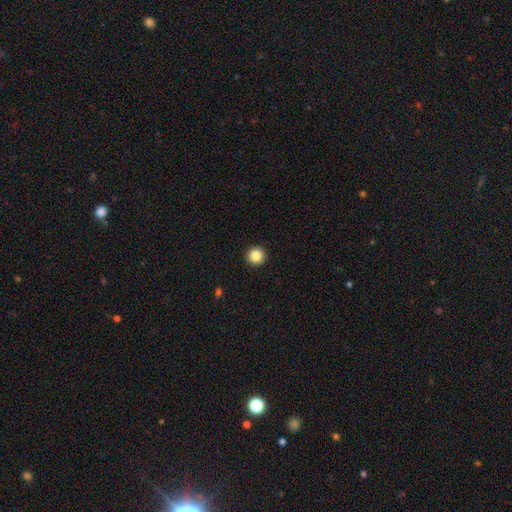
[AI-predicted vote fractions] Morphology: type=smooth (87%); roundness=round (96%); merging=none (93%).